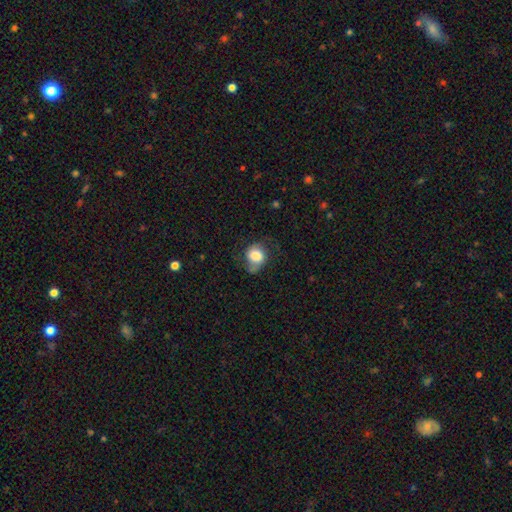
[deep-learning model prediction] A smooth galaxy with no disk features (59%) that is round (65%).

Vote fractions:
- Smooth or featured? smooth: 59% / featured or disk: 32% / star or artifact: 9%
- How rounded? round: 65% / in between: 34% / cigar-shaped: 1%
- Merging? none: 57% / minor disturbance: 26% / major disturbance: 16% / merger: 2%